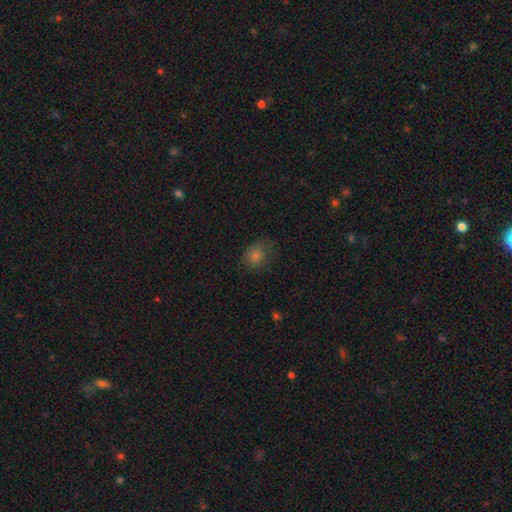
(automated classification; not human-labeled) This appears to be a smooth galaxy with no disk features (72%) that is round (58%). Merging: none (66%).